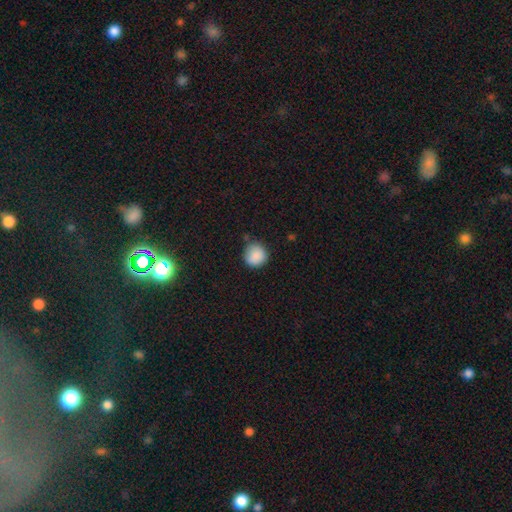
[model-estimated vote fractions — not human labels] Smooth or featured: smooth — 88% (star or artifact — 8%)
How rounded: round — 90% (in between — 9%)
Merging: none — 76% (minor disturbance — 18%)